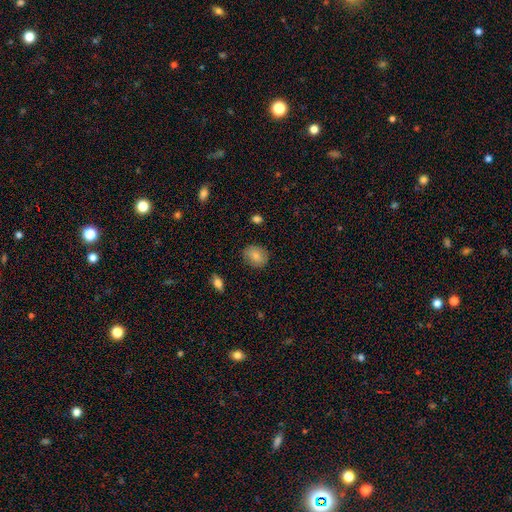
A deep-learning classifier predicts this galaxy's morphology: Smooth or featured? Predicted: smooth (p=0.85). How rounded? Predicted: in between (p=0.50). Merging? Predicted: none (p=0.84).